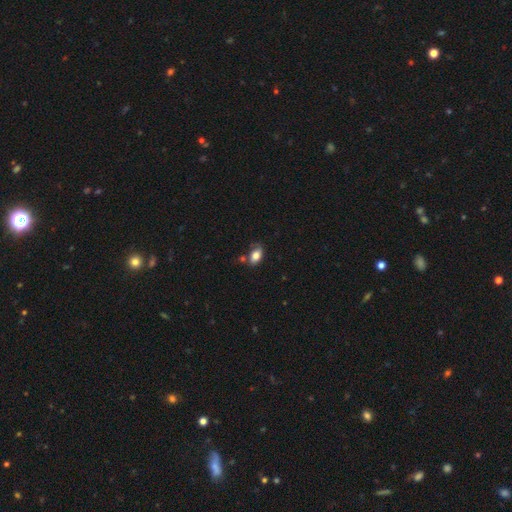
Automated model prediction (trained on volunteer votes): Overall: smooth (79%). How rounded: in between (89%). Merging: none (55%; minor disturbance 26%).